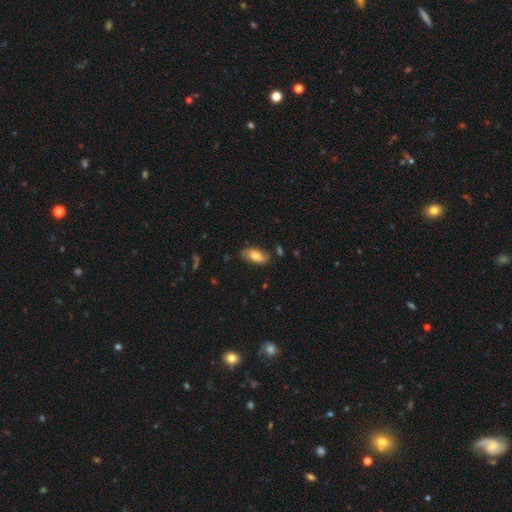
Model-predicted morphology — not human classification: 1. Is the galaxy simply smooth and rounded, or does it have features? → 71% smooth, 23% featured or disk, 6% star or artifact.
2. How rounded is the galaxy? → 90% in between, 7% cigar-shaped, 3% round.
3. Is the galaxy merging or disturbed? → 79% none, 16% minor disturbance, 3% major disturbance, 2% merger.